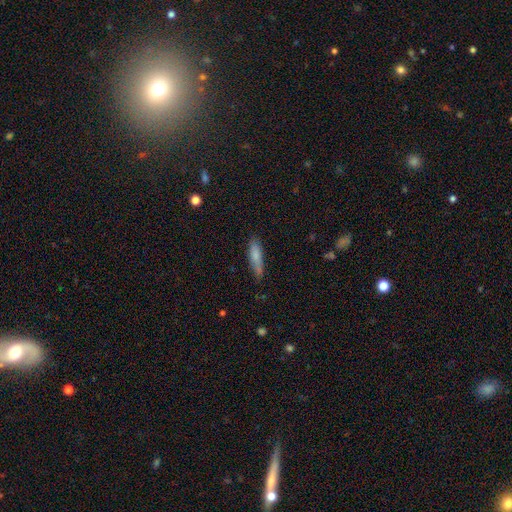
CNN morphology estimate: Smooth or featured?
  - smooth: 79% *
  - featured or disk: 15%
  - star or artifact: 6%
How rounded?
  - cigar-shaped: 71% *
  - in between: 27%
  - round: 2%
Merging?
  - none: 70% *
  - minor disturbance: 24%
  - major disturbance: 4%
  - merger: 2%